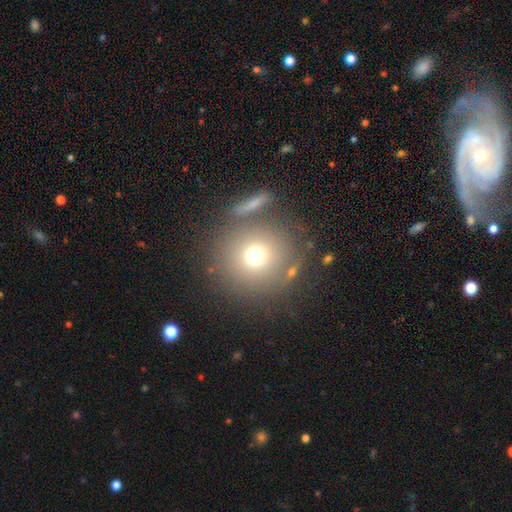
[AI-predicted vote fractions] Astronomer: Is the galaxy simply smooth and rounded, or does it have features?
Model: smooth — 70%.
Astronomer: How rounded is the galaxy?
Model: round — 92%.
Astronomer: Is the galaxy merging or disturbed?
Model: none — 75%.